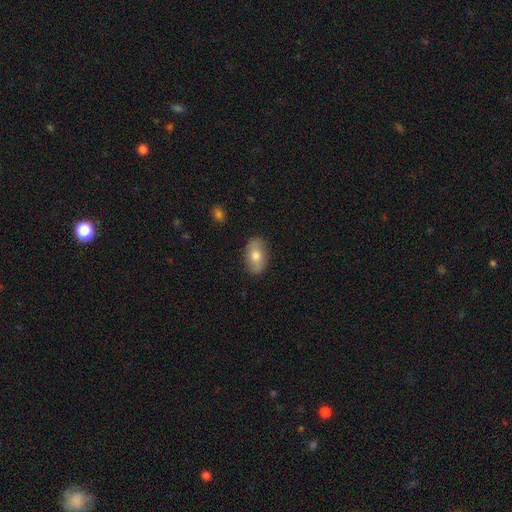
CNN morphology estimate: Smooth or featured? smooth (66%)
How rounded? in between (89%)
Merging? none (85%)